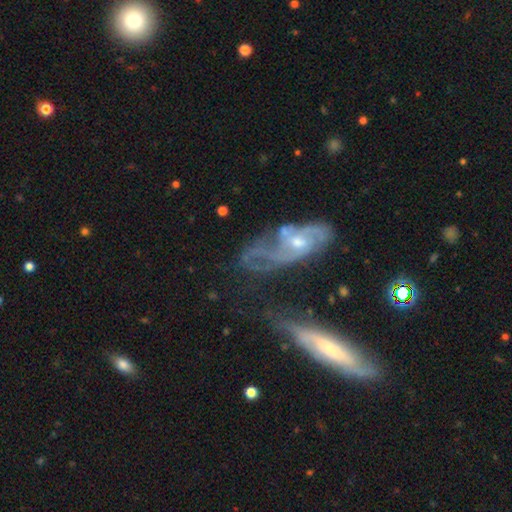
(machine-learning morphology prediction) This is likely a featured or disk galaxy (71%). It is clearly not viewed edge-on (86%). Bar: likely no (65%). Spiral arm pattern: likely yes (74%). Central bulge: possibly moderate (45%). Merging: marginally none (36%).